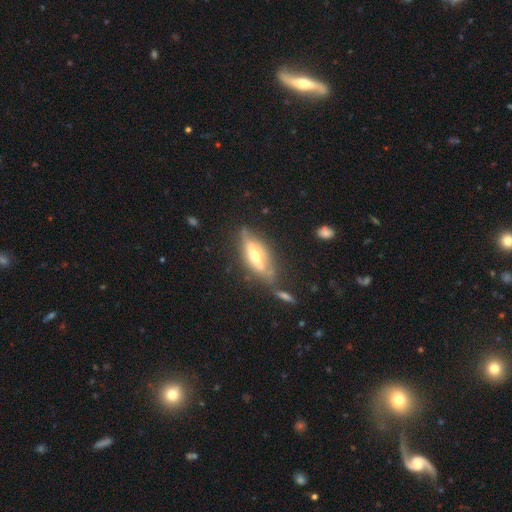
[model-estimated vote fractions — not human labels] Smooth or featured? featured or disk (67%)
Edge-on disk? yes (74%)
Merging? none (63%)